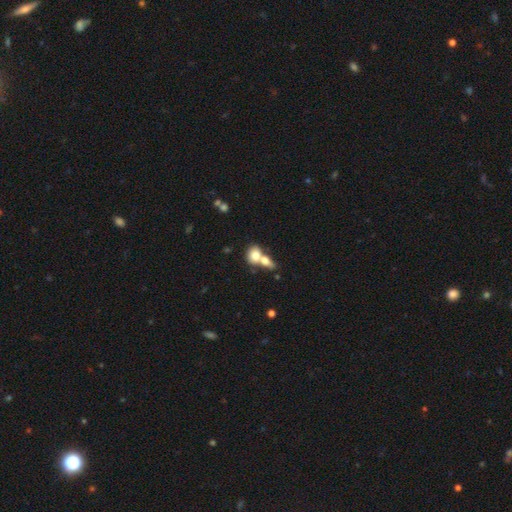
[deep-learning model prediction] A smooth galaxy with no disk features (74%) that is in between round and cigar-shaped (54%).

Vote fractions:
- Smooth or featured? smooth: 74% / featured or disk: 17% / star or artifact: 8%
- How rounded? in between: 54% / round: 43% / cigar-shaped: 3%
- Merging? merger: 69% / none: 22% / minor disturbance: 6% / major disturbance: 3%